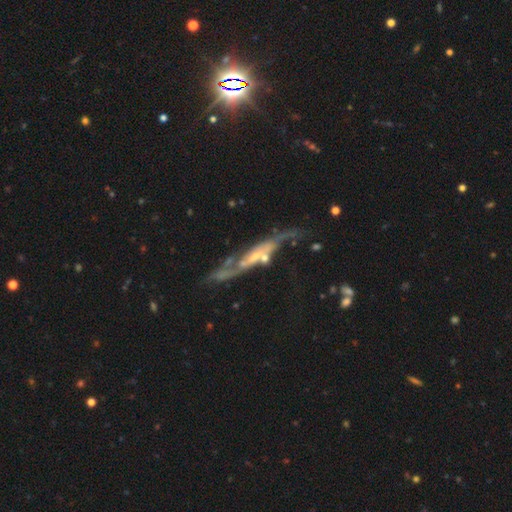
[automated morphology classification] featured or disk 78%, smooth 13%, star or artifact 8%. Down the decision tree: edge-on disk — no (61%); merging — none (44%).